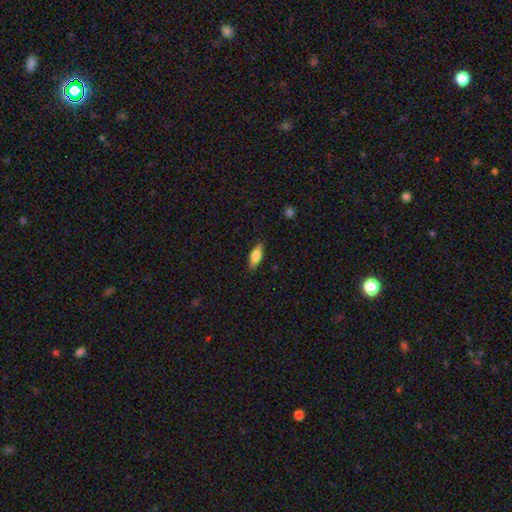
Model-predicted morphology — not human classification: Overall: smooth (66%; featured or disk 27%). How rounded: in between (69%). Merging: none (84%).